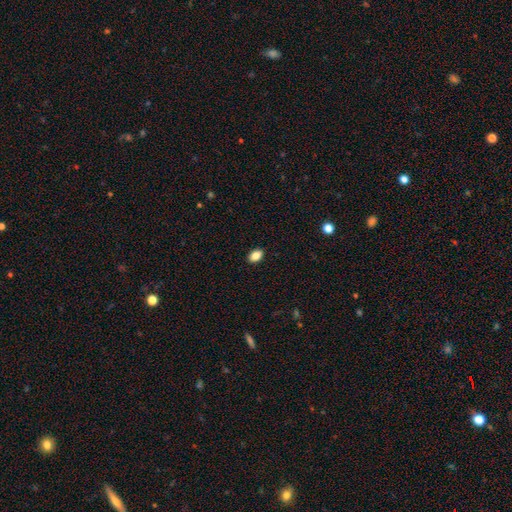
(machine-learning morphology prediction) Smooth or featured: smooth — 86% (star or artifact — 9%)
How rounded: in between — 84% (round — 14%)
Merging: none — 90% (minor disturbance — 7%)